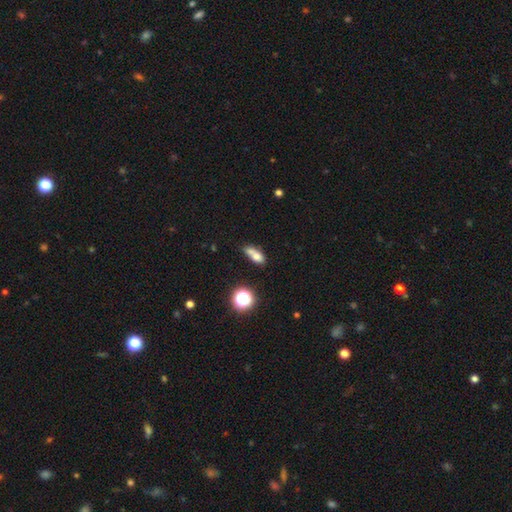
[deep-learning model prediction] smooth-or-featured: smooth: 66% | featured or disk: 20% | star or artifact: 14%
  how-rounded: in between: 67% | round: 20% | cigar-shaped: 12%
  merging: merger: 44% | none: 32% | minor disturbance: 15% | major disturbance: 9%